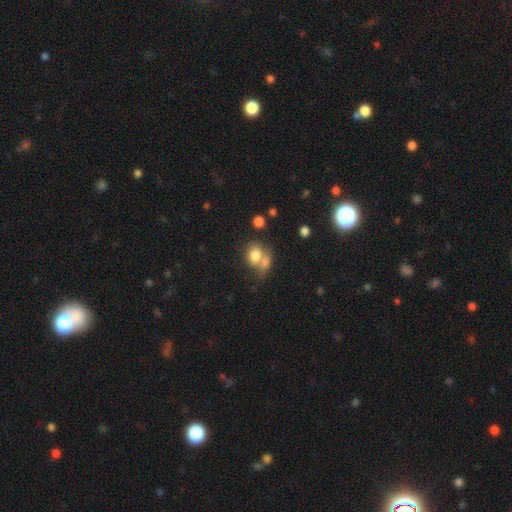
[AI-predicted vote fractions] This is likely a smooth galaxy (78%). How rounded: possibly in between (52%). Merging: possibly merger (52%).